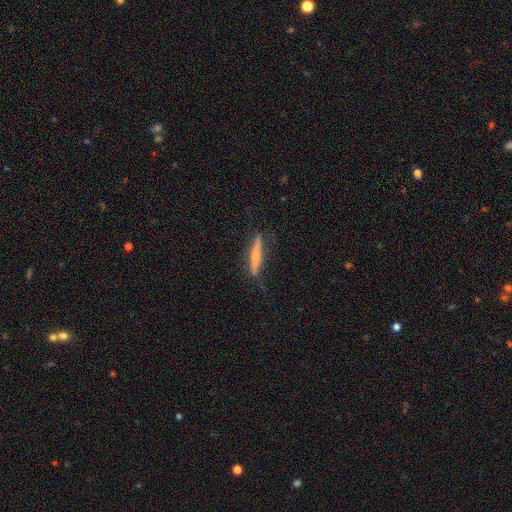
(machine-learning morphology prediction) smooth 47% (tied), featured or disk 47% (tied), star or artifact 6%. Down the decision tree: merging — none (81%).